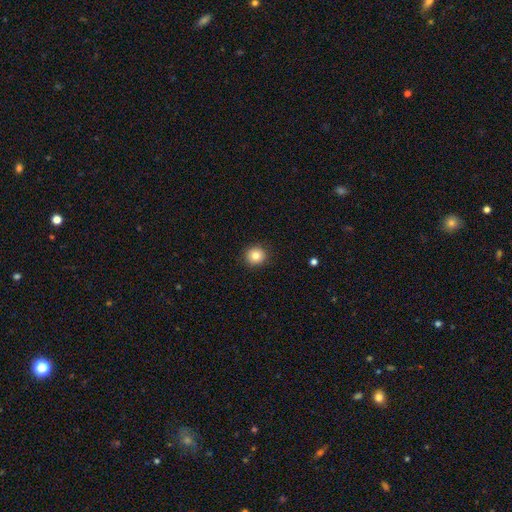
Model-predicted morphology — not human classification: Smooth or featured?
  - smooth: 83% *
  - star or artifact: 10%
  - featured or disk: 7%
How rounded?
  - round: 92% *
  - in between: 7%
  - cigar-shaped: 1%
Merging?
  - none: 92% *
  - minor disturbance: 6%
  - major disturbance: 2%
  - merger: 1%